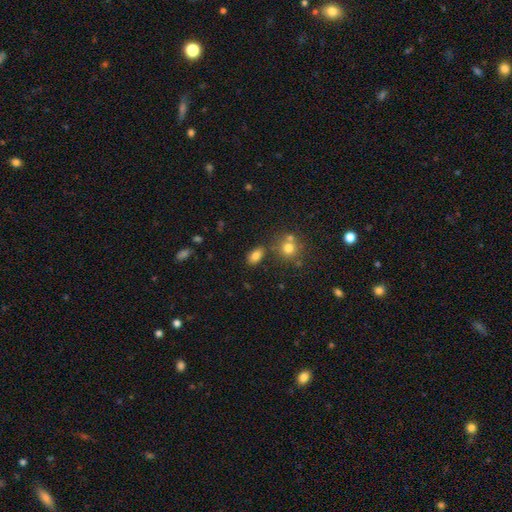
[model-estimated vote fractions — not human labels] Smooth or featured?
  - smooth: 80% *
  - star or artifact: 11%
  - featured or disk: 8%
How rounded?
  - in between: 88% *
  - round: 9%
  - cigar-shaped: 3%
Merging?
  - none: 76% *
  - minor disturbance: 13%
  - merger: 8%
  - major disturbance: 4%